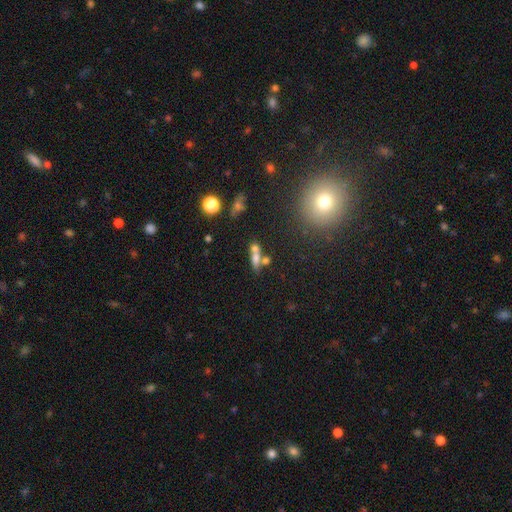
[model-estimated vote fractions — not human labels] smooth-or-featured: smooth: 61% | featured or disk: 23% | star or artifact: 16%
  how-rounded: in between: 50% | cigar-shaped: 38% | round: 12%
  merging: merger: 48% | none: 35% | minor disturbance: 10% | major disturbance: 6%